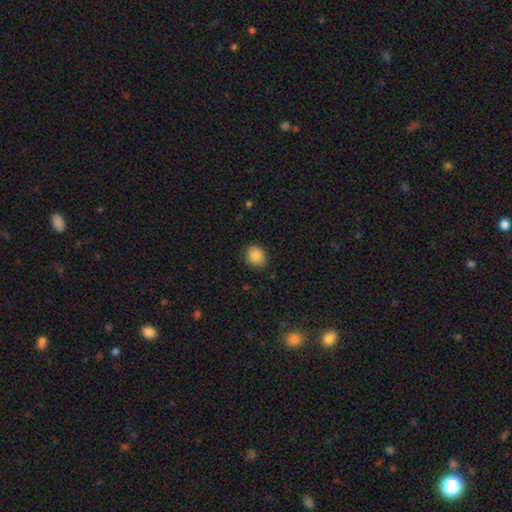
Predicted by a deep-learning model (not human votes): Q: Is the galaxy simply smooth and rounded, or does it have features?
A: smooth — 87%.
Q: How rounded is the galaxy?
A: round — 62%.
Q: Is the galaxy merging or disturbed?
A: none — 87%.